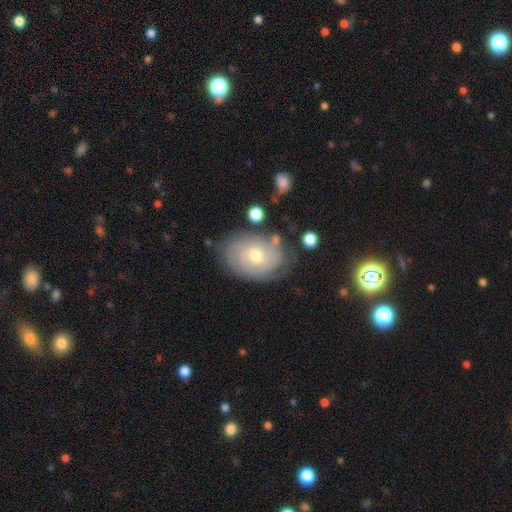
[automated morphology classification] The model was most divided on "bulge size": moderate: 56%, small: 40%, large: 2%, none: 1%, dominant: 1%. More confident: edge-on disk — no (95%); spiral arms — yes (85%); bar — no (76%); spiral winding — tight (73%); merging — none (72%); smooth or featured — featured or disk (71%); spiral arm count — can't tell (50%).